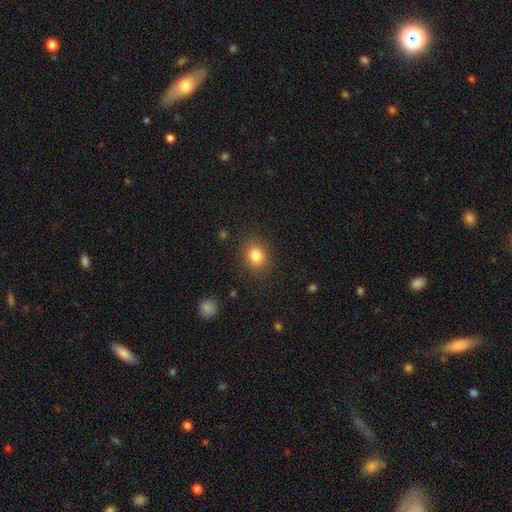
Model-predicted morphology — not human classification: This appears to be a smooth galaxy with no disk features (83%) that is round (67%). Merging: none (87%).